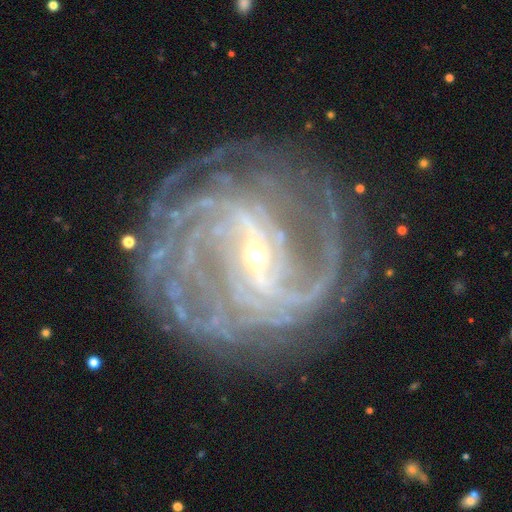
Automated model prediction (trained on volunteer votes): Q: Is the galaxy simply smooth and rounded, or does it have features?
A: featured or disk — 91%.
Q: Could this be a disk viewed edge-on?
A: no — 97%.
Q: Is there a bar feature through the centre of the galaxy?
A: strong — 57%.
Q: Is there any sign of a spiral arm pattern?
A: yes — 98%.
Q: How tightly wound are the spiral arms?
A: tight — 59%.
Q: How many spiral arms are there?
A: can't tell — 21%.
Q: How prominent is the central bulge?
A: small — 79%.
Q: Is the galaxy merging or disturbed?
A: none — 77%.